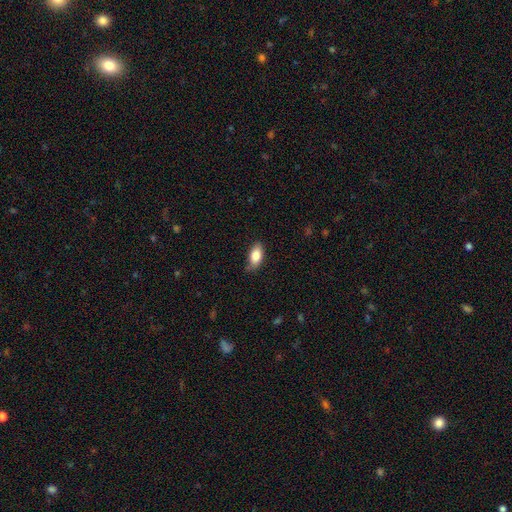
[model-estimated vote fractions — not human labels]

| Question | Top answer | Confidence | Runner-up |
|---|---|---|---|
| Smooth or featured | smooth | 82% | featured or disk (12%) |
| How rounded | in between | 90% | cigar-shaped (6%) |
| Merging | none | 74% | minor disturbance (21%) |